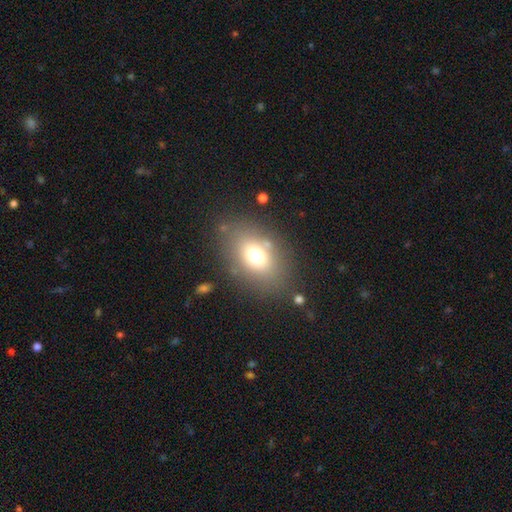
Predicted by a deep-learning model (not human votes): smooth 70%, featured or disk 16%, star or artifact 14%. Down the decision tree: how rounded — in between (72%); merging — none (78%).